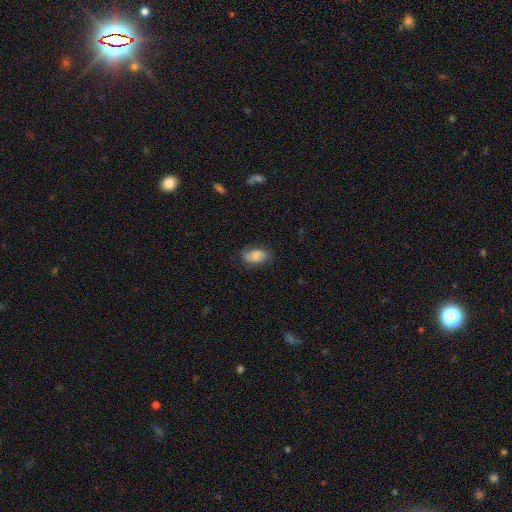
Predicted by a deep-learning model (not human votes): smooth_or_featured: smooth (p=0.69) [alt: featured or disk p=0.23]
how_rounded: in between (p=0.89) [alt: round p=0.10]
merging: none (p=0.70) [alt: minor disturbance p=0.22]